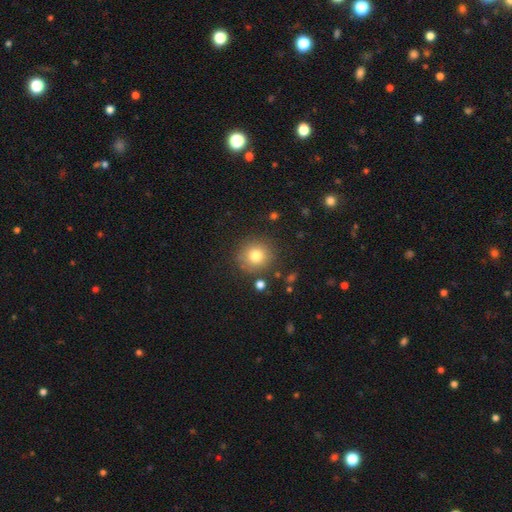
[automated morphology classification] type=smooth (78%); roundness=round (92%); merging=none (85%).